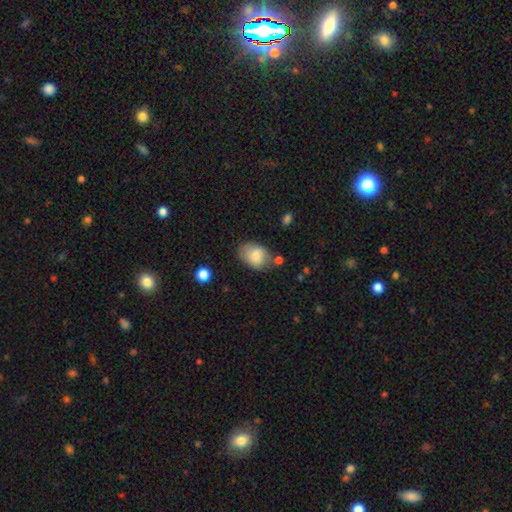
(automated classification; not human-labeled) smooth_or_featured: smooth (p=0.76) [alt: featured or disk p=0.17]
how_rounded: in between (p=0.77) [alt: round p=0.21]
merging: none (p=0.65) [alt: minor disturbance p=0.23]